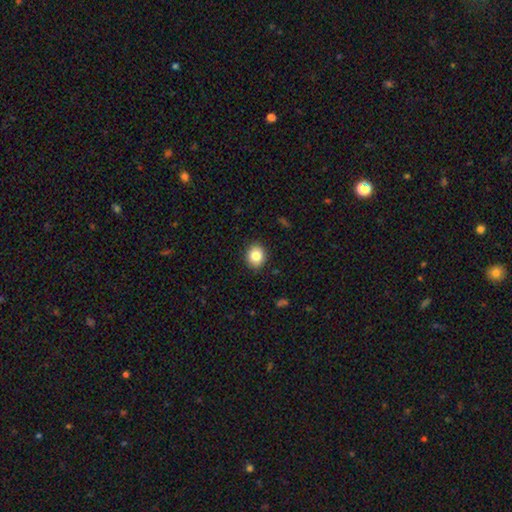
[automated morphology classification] The model was most divided on "how rounded": round: 67%, in between: 32%, cigar-shaped: 1%. More confident: merging — none (90%); smooth or featured — smooth (83%).